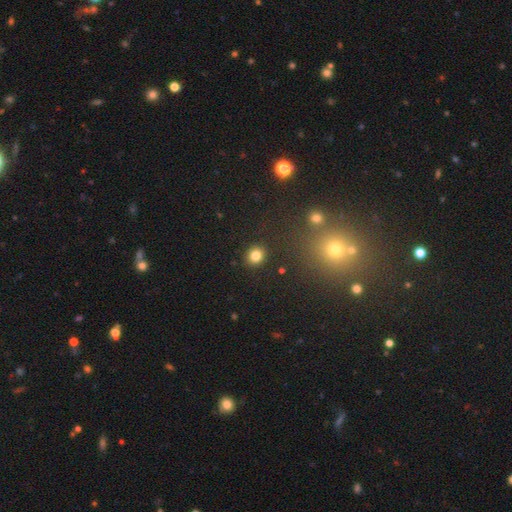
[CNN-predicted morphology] Smooth or featured?
  - smooth: 82% *
  - star or artifact: 12%
  - featured or disk: 6%
How rounded?
  - round: 73% *
  - in between: 26%
  - cigar-shaped: 1%
Merging?
  - none: 89% *
  - minor disturbance: 7%
  - major disturbance: 2%
  - merger: 2%